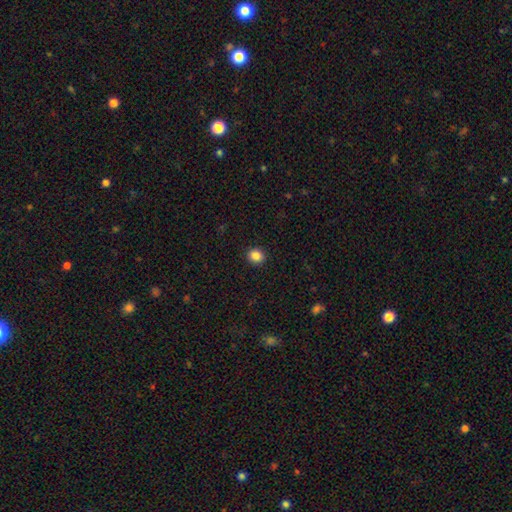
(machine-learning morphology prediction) smooth_or_featured: smooth (p=0.86) [alt: star or artifact p=0.10]
how_rounded: round (p=0.80) [alt: in between p=0.19]
merging: none (p=0.92) [alt: minor disturbance p=0.05]